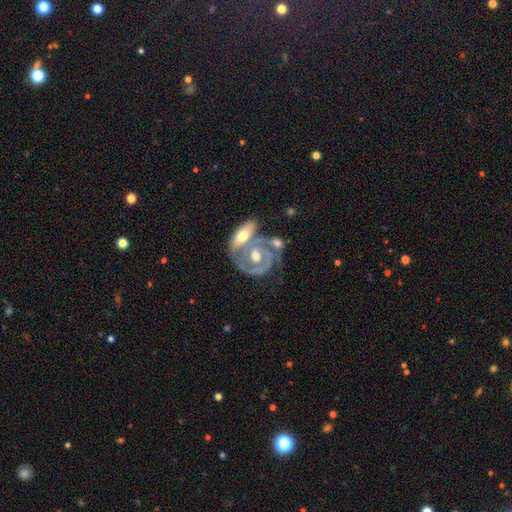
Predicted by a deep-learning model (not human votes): Smooth or featured?
  - featured or disk: 82% *
  - smooth: 13%
  - star or artifact: 5%
Edge-on disk?
  - no: 95% *
  - yes: 5%
Bar?
  - no: 63% *
  - weak: 28%
  - strong: 9%
Spiral arms?
  - yes: 87% *
  - no: 13%
Spiral winding?
  - tight: 64% *
  - medium: 29%
  - loose: 7%
Spiral arm count?
  - 2: 53% *
  - can't tell: 18%
  - 1: 14%
  - 3: 10%
  - 4: 2%
  - more than 4: 2%
Bulge size?
  - moderate: 69% *
  - small: 22%
  - large: 6%
  - none: 2%
  - dominant: 1%
Merging?
  - merger: 50% *
  - none: 29%
  - minor disturbance: 13%
  - major disturbance: 8%